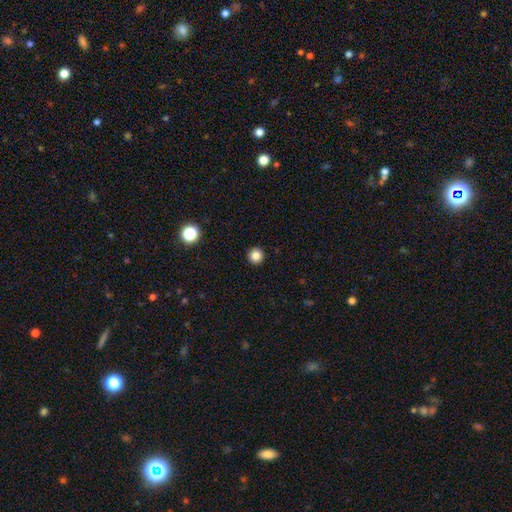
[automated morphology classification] smooth 84%, star or artifact 12%, featured or disk 5%. Down the decision tree: how rounded — round (96%); merging — none (93%).